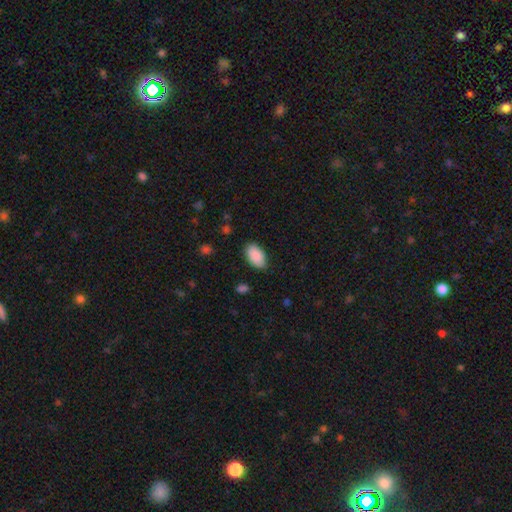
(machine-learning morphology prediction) smooth-or-featured: smooth: 90% | star or artifact: 6% | featured or disk: 4%
  how-rounded: in between: 95% | round: 3% | cigar-shaped: 2%
  merging: none: 85% | minor disturbance: 11% | major disturbance: 3% | merger: 1%